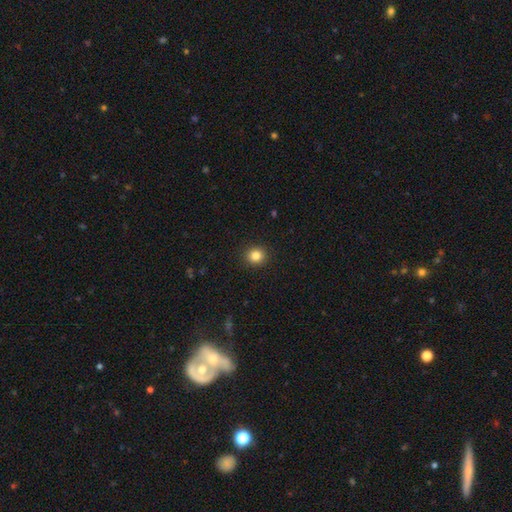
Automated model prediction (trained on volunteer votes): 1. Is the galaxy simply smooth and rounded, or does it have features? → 83% smooth, 11% star or artifact, 5% featured or disk.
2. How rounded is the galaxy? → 88% round, 11% in between, 1% cigar-shaped.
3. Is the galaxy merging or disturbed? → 92% none, 5% minor disturbance, 2% major disturbance, 1% merger.